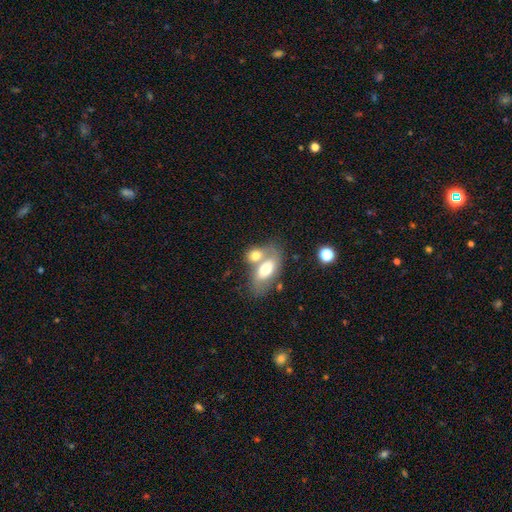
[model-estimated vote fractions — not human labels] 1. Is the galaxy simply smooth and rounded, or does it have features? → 62% smooth, 31% featured or disk, 7% star or artifact.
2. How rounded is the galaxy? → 84% in between, 12% round, 5% cigar-shaped.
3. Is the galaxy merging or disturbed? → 60% merger, 25% none, 9% minor disturbance, 6% major disturbance.